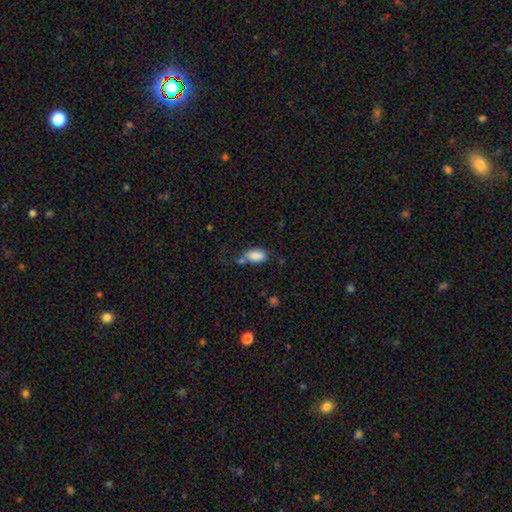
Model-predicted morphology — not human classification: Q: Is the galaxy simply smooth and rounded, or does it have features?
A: smooth — 85%.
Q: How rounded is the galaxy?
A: in between — 91%.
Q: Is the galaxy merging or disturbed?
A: none — 50%.